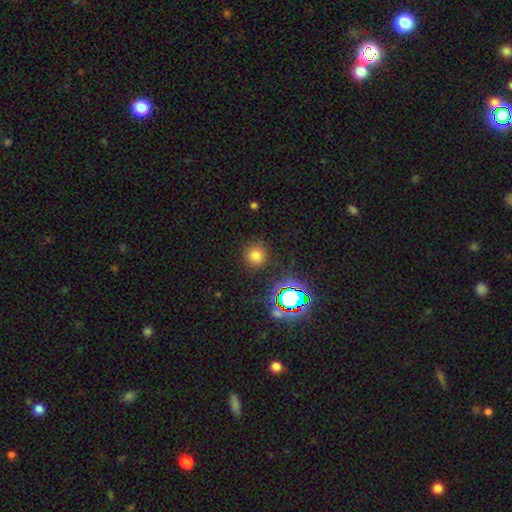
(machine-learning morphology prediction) smooth-or-featured: smooth: 71% | star or artifact: 22% | featured or disk: 6%
  how-rounded: round: 93% | in between: 6% | cigar-shaped: 1%
  merging: none: 85% | minor disturbance: 9% | major disturbance: 4% | merger: 2%